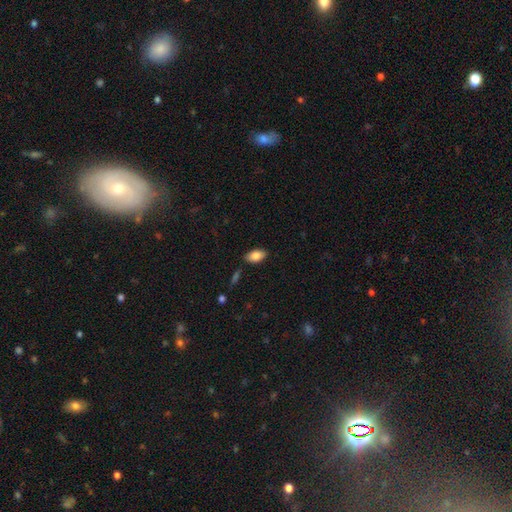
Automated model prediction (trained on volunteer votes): Q: Smooth or featured?
A: smooth (84%); runner-up: featured or disk (9%)
Q: How rounded?
A: in between (93%); runner-up: round (4%)
Q: Merging?
A: none (85%); runner-up: minor disturbance (10%)